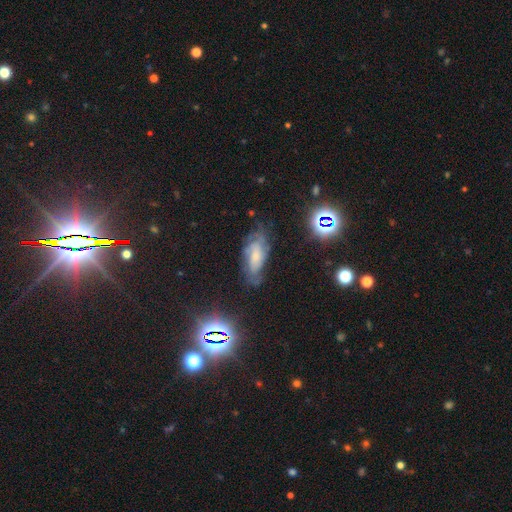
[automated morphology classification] Q: Smooth or featured?
A: featured or disk (58%); runner-up: smooth (28%)
Q: Edge-on disk?
A: no (86%); runner-up: yes (14%)
Q: Bar?
A: no (63%); runner-up: weak (29%)
Q: Spiral arms?
A: yes (82%); runner-up: no (18%)
Q: Bulge size?
A: small (51%); runner-up: moderate (32%)
Q: Merging?
A: none (61%); runner-up: minor disturbance (25%)